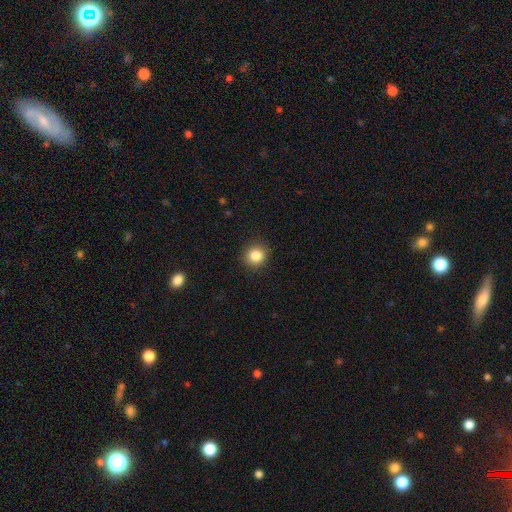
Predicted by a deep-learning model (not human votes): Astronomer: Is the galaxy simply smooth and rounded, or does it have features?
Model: smooth — 86%.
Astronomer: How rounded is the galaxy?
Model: round — 86%.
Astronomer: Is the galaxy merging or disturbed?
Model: none — 89%.